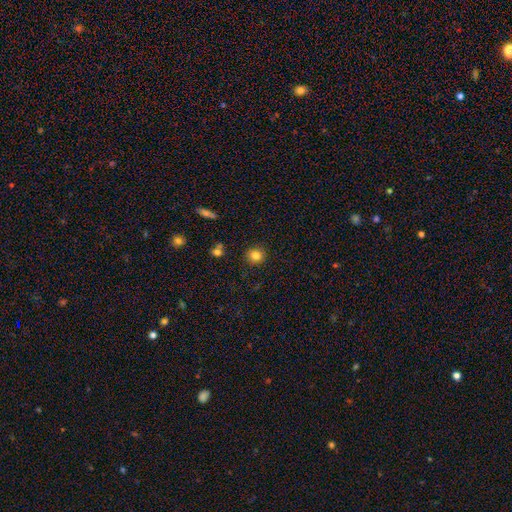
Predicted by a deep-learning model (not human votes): smooth 82%, star or artifact 12%, featured or disk 6%. Down the decision tree: how rounded — round (87%); merging — none (89%).